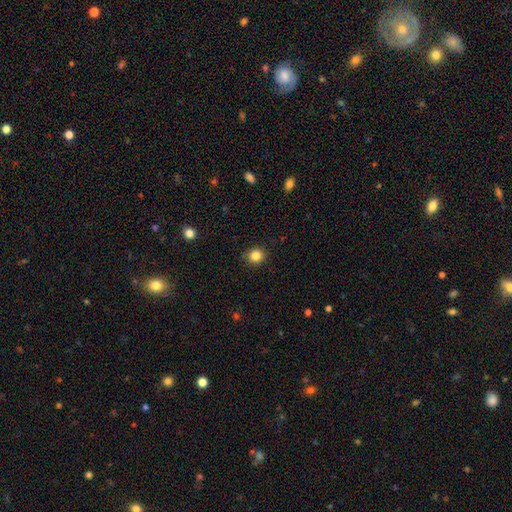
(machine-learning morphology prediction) This appears to be a smooth galaxy with no disk features (84%) that is round (87%). Merging: none (89%).